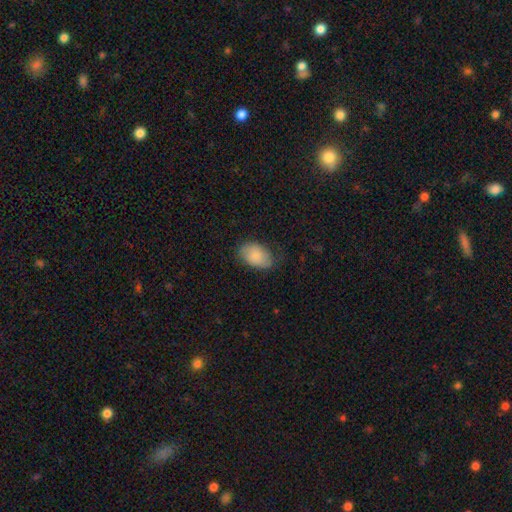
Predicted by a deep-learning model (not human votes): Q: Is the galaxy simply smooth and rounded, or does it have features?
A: smooth — 83%.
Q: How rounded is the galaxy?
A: in between — 88%.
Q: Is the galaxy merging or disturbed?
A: none — 69%.